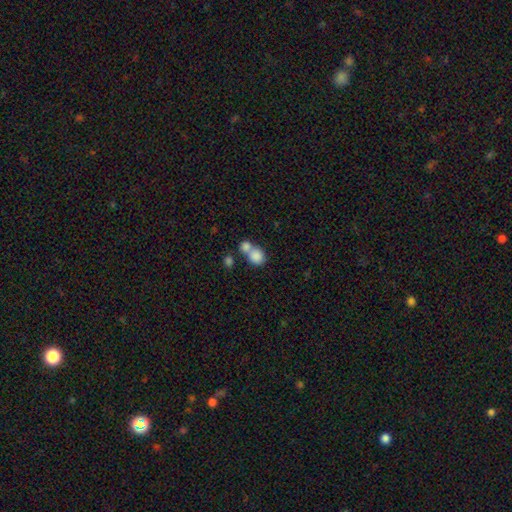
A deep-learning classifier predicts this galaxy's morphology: Smooth or featured?
  - smooth: 82% *
  - featured or disk: 9%
  - star or artifact: 9%
How rounded?
  - round: 68% *
  - in between: 31%
  - cigar-shaped: 1%
Merging?
  - merger: 59% *
  - none: 30%
  - minor disturbance: 7%
  - major disturbance: 4%